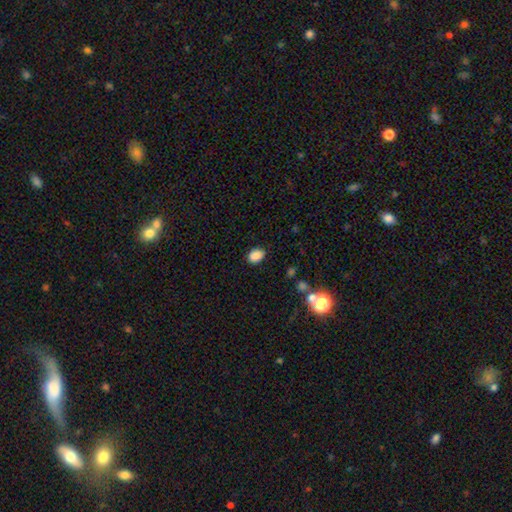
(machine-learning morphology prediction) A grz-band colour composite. It shows a smooth galaxy with no disk features (86%) that is in between round and cigar-shaped (73%). Merging: none (82%).